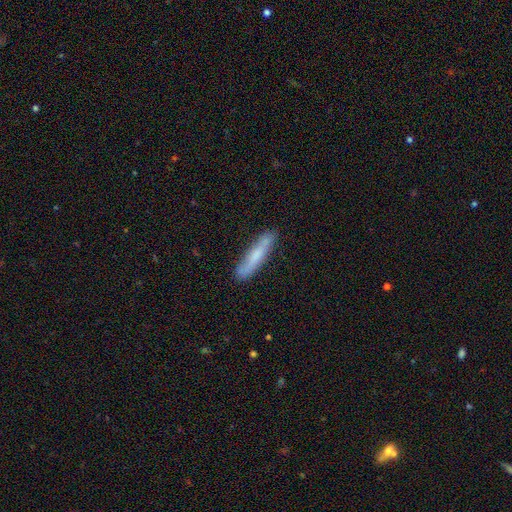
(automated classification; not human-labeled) smooth_or_featured: smooth (p=0.64) [alt: featured or disk p=0.30]
how_rounded: cigar-shaped (p=0.90) [alt: in between p=0.09]
merging: none (p=0.82) [alt: minor disturbance p=0.14]